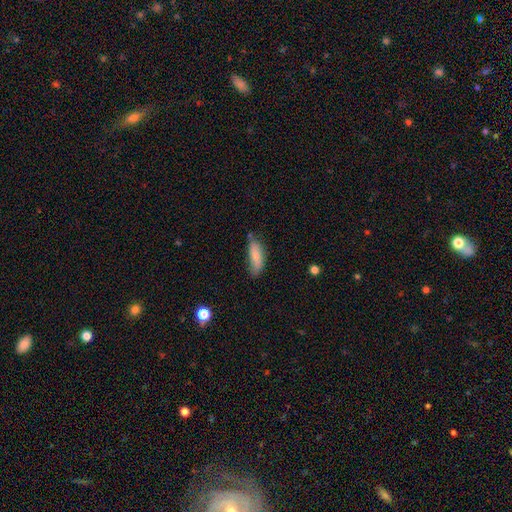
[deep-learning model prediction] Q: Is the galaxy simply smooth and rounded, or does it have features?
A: smooth — 76%.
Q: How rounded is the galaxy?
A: in between — 65%.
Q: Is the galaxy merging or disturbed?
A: none — 59%.